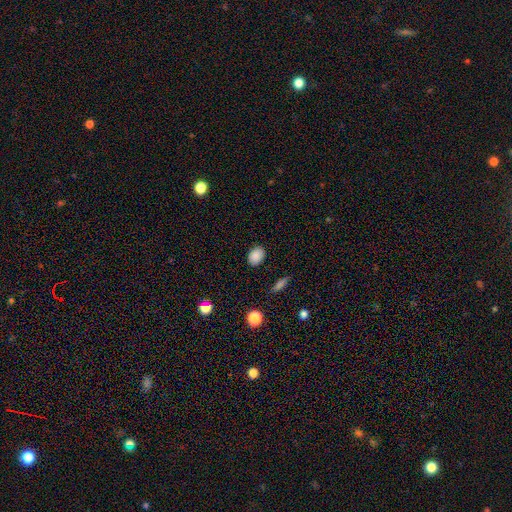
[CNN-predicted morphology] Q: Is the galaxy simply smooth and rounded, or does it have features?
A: smooth — 87%.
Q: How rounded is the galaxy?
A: in between — 74%.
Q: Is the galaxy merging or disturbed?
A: none — 86%.